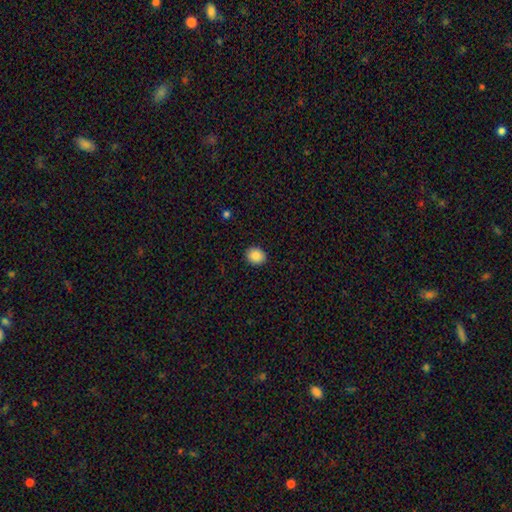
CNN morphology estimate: type=smooth (88%); roundness=round (63%); merging=none (91%).